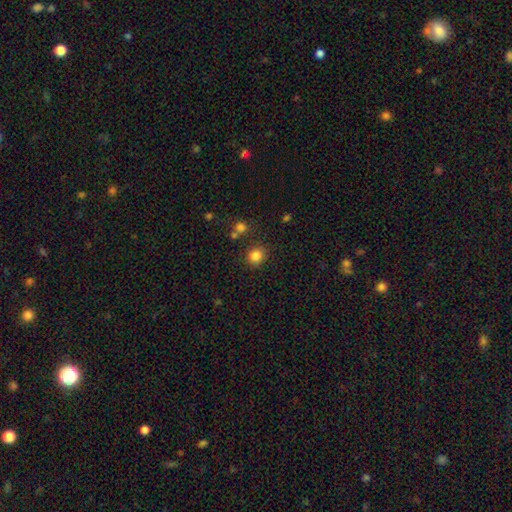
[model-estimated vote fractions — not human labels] This appears to be a smooth galaxy with no disk features (84%) that is round (81%). Merging: none (82%).